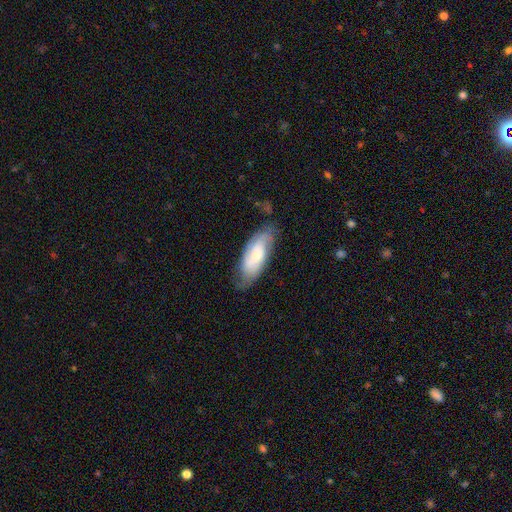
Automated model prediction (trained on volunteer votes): Smooth or featured?
  - featured or disk: 49% *
  - smooth: 44%
  - star or artifact: 7%
Merging?
  - none: 65% *
  - minor disturbance: 25%
  - major disturbance: 8%
  - merger: 2%